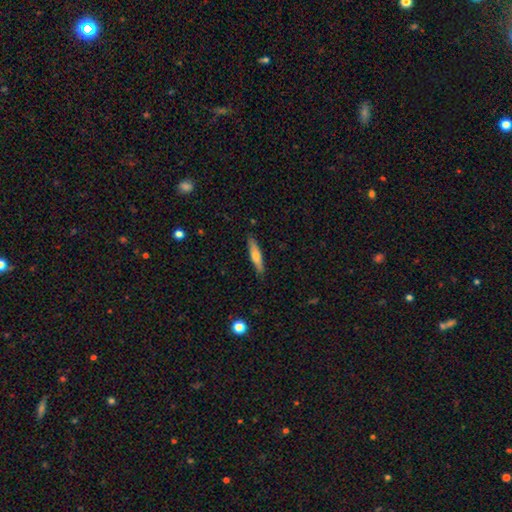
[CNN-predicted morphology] Smooth or featured: smooth — 59% (featured or disk — 35%)
How rounded: cigar-shaped — 83% (in between — 15%)
Merging: none — 87% (minor disturbance — 10%)